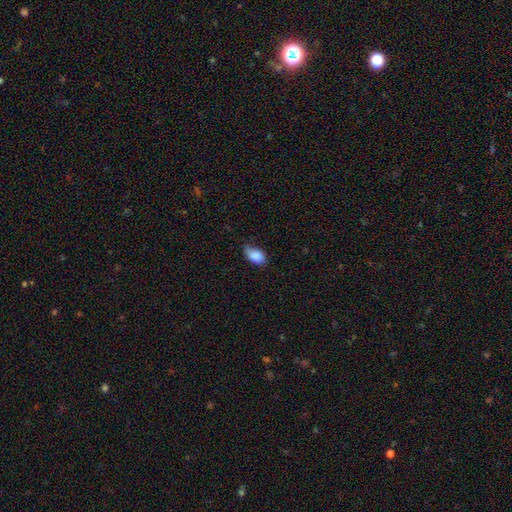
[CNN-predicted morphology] Q: Smooth or featured?
A: smooth (85%); runner-up: featured or disk (7%)
Q: How rounded?
A: in between (90%); runner-up: round (8%)
Q: Merging?
A: none (46%); runner-up: minor disturbance (41%)